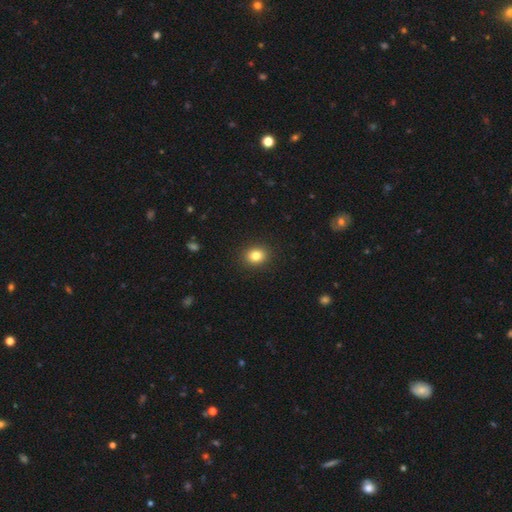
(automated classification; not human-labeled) This appears to be a smooth galaxy with no disk features (83%) that is round (59%). Merging: none (91%).